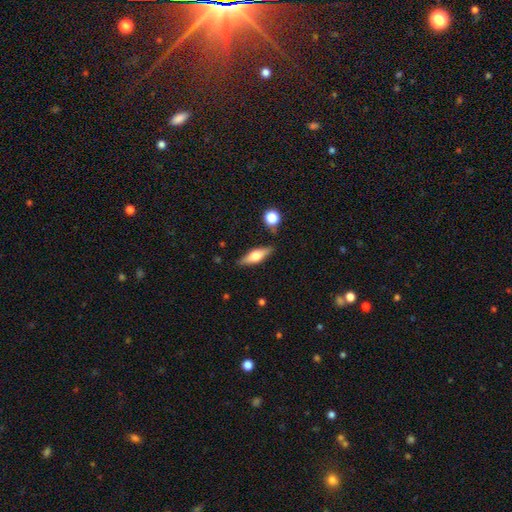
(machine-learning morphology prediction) A featured or disk galaxy (54%) viewed edge-on (92%). Merging: none (82%).